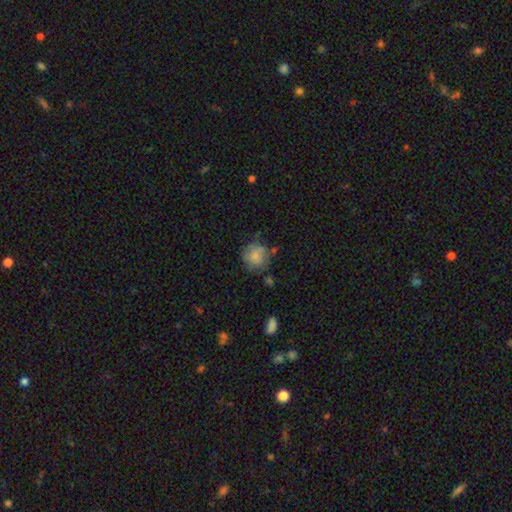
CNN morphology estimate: smooth 74%, featured or disk 18%, star or artifact 8%. Down the decision tree: how rounded — round (87%); merging — none (64%).